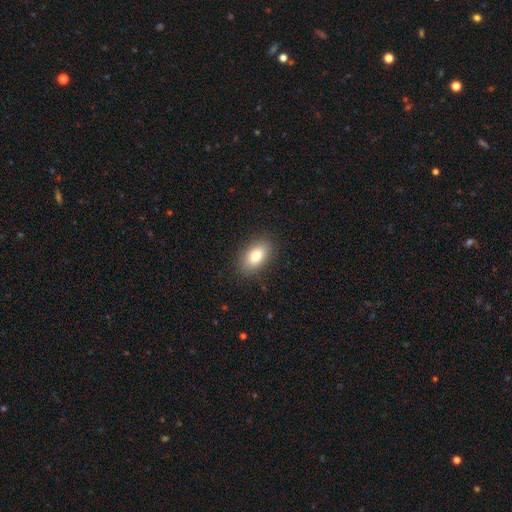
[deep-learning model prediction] The model was most divided on "smooth or featured": smooth: 79%, featured or disk: 12%, star or artifact: 9%. More confident: how rounded — in between (89%); merging — none (87%).